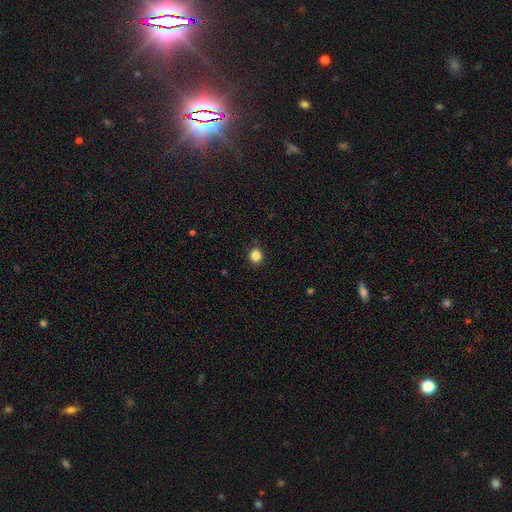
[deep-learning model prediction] Smooth or featured: smooth — 85% (star or artifact — 11%)
How rounded: round — 83% (in between — 16%)
Merging: none — 90% (minor disturbance — 7%)